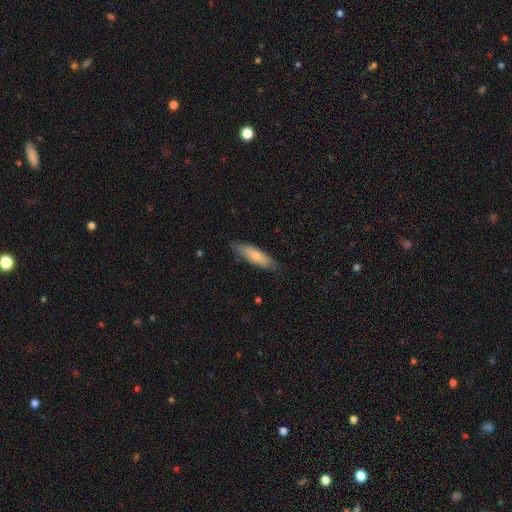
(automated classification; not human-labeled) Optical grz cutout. It shows a smooth galaxy with no disk features (74%) that is cigar-shaped (51%). Merging: none (79%).